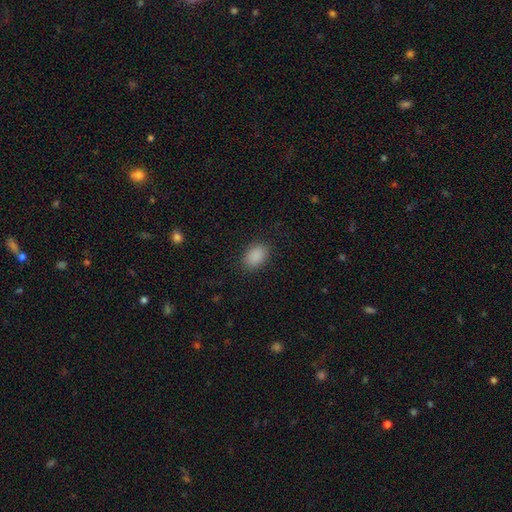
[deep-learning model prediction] Smooth or featured?
  - smooth: 89% *
  - star or artifact: 8%
  - featured or disk: 3%
How rounded?
  - in between: 85% *
  - round: 14%
  - cigar-shaped: 1%
Merging?
  - none: 87% *
  - minor disturbance: 9%
  - major disturbance: 3%
  - merger: 1%